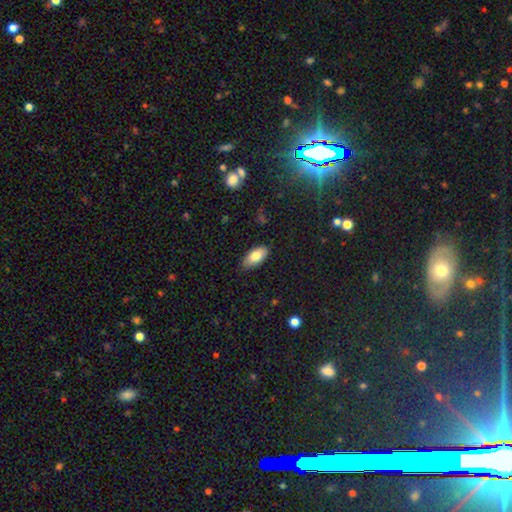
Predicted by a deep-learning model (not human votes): Smooth or featured: smooth — 81% (featured or disk — 12%)
How rounded: in between — 91% (cigar-shaped — 6%)
Merging: none — 84% (minor disturbance — 13%)